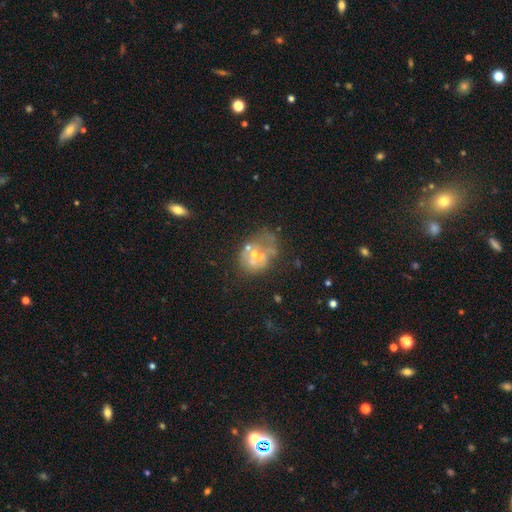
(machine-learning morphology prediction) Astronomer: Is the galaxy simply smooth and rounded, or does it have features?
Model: featured or disk — 53% (runner-up: smooth, 32%).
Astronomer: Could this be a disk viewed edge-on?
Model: no — 98%.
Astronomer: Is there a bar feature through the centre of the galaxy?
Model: no — 85%.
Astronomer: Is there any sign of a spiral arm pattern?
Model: no — 87%.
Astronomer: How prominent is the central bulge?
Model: moderate — 39% (runner-up: small, 32%).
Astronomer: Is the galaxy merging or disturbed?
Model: none — 29% (runner-up: major disturbance, 27%).